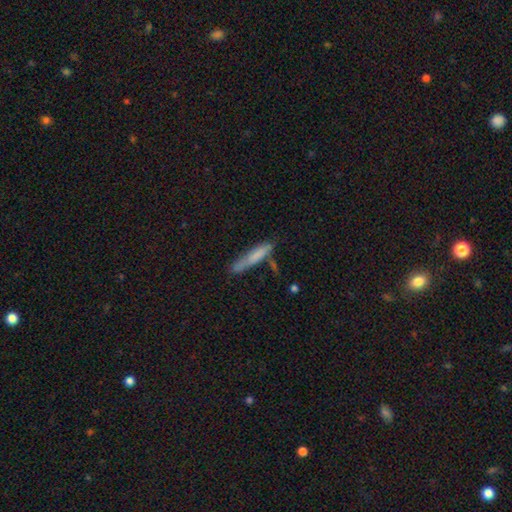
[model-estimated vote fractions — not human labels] This appears to be a smooth galaxy with no disk features (71%) that is cigar-shaped (91%). Merging: none (63%).